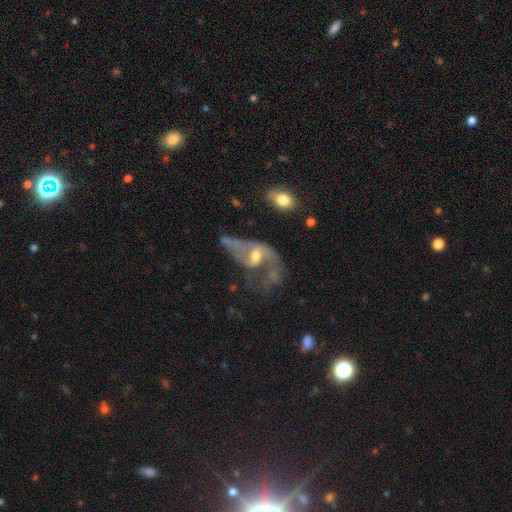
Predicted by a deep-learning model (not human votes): The model was most divided on "bar": weak: 44%, no: 41%, strong: 14%. Remaining: edge-on disk — no (95%); smooth or featured — featured or disk (76%); spiral arms — yes (75%); spiral arm count — 2 (68%); spiral winding — loose (62%); bulge size — moderate (60%); merging — major disturbance (49%).